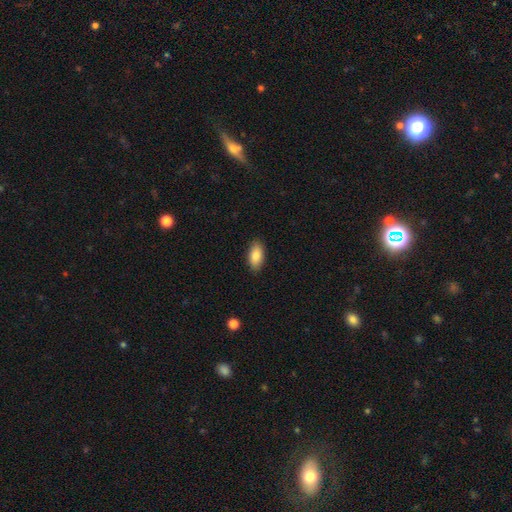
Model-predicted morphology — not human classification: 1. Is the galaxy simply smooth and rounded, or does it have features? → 86% smooth, 7% featured or disk, 6% star or artifact.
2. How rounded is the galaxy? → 92% in between, 5% cigar-shaped, 3% round.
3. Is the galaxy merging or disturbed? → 88% none, 9% minor disturbance, 2% major disturbance, 1% merger.